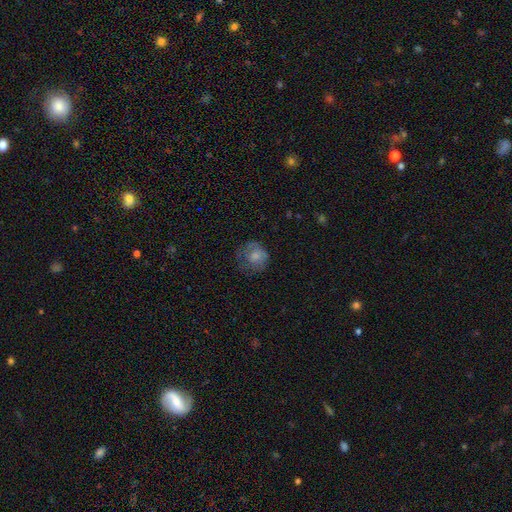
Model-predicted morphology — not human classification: Smooth or featured? Predicted: smooth (p=0.69). How rounded? Predicted: round (p=0.81). Merging? Predicted: none (p=0.54).